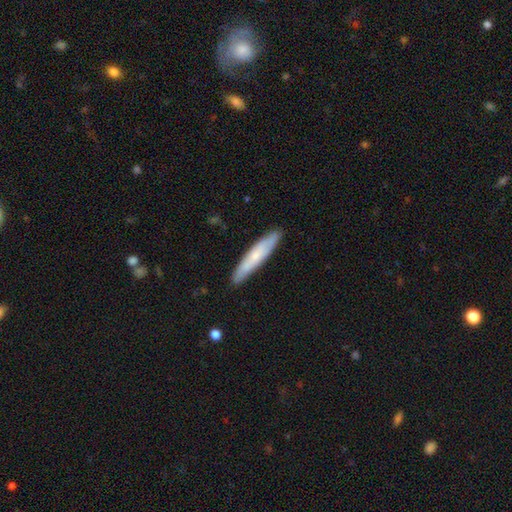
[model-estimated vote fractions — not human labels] The model was most divided on "smooth or featured": smooth: 62%, featured or disk: 32%, star or artifact: 5%. More confident: how rounded — cigar-shaped (91%); merging — none (89%).